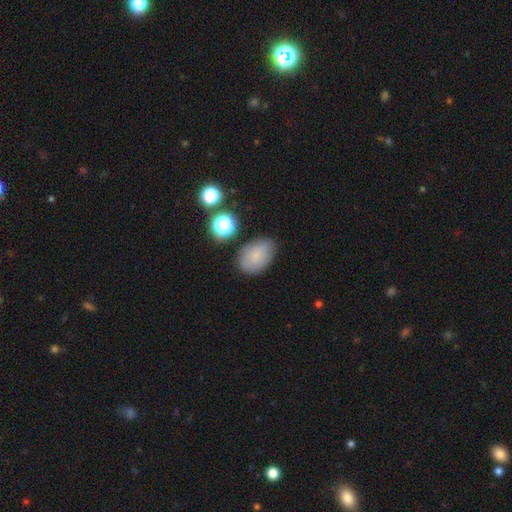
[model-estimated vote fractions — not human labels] smooth 77%, featured or disk 11%, star or artifact 11%. Down the decision tree: how rounded — in between (85%); merging — none (75%).